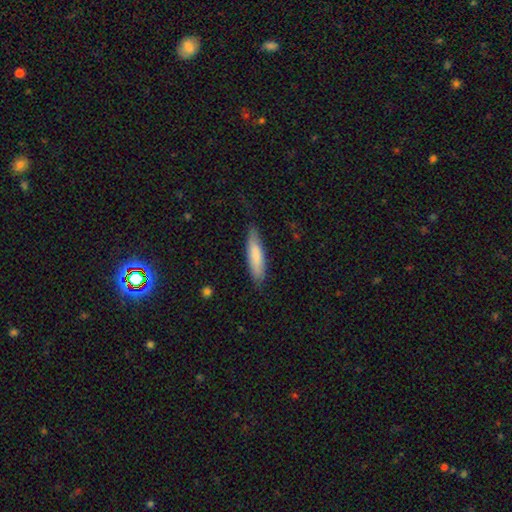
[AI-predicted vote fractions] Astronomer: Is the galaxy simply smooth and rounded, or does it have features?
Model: smooth — 80%.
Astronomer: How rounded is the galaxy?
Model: cigar-shaped — 71%.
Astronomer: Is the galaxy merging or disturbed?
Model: none — 81%.